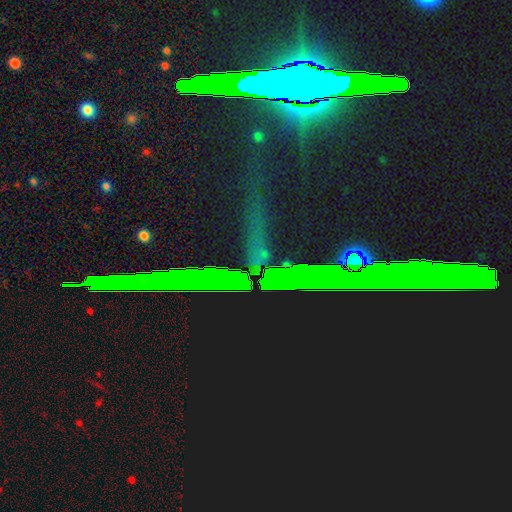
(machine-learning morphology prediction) type=star or artifact (79%).